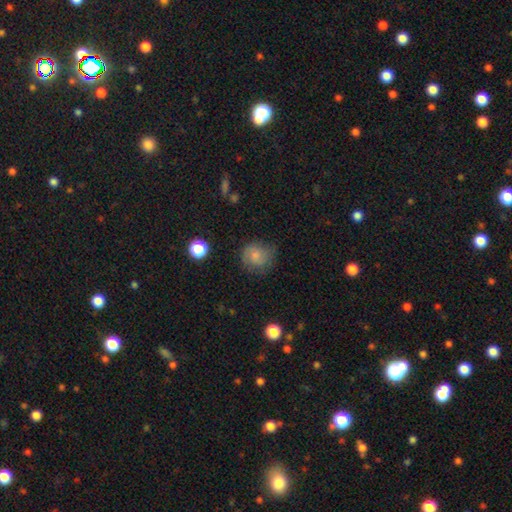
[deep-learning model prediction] Smooth or featured: smooth — 76% (featured or disk — 14%)
How rounded: round — 83% (in between — 16%)
Merging: none — 65% (minor disturbance — 25%)